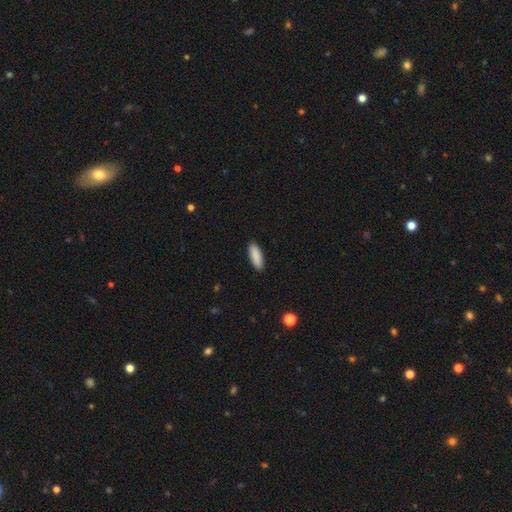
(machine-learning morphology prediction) Smooth or featured? Predicted: smooth (p=0.90). How rounded? Predicted: in between (p=0.64). Merging? Predicted: none (p=0.91).